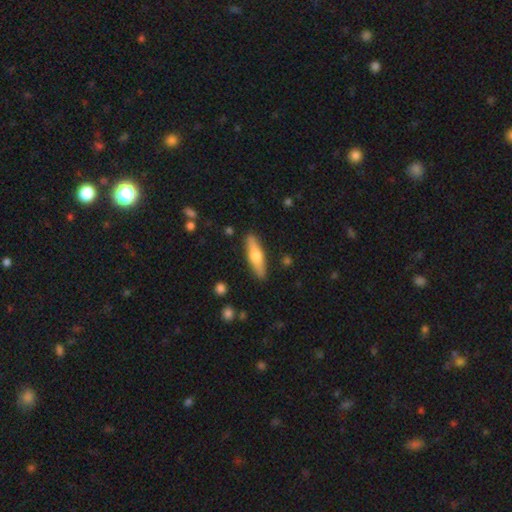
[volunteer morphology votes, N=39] This is likely a smooth galaxy (67%). How rounded: likely cigar-shaped (77%). Merging: clearly none (87%).